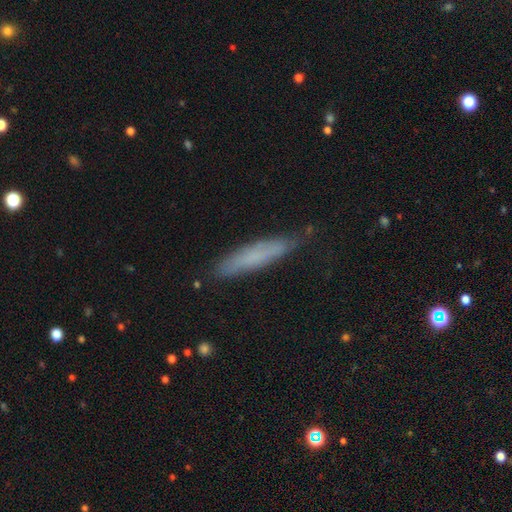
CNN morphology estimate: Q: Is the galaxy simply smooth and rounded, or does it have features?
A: smooth — 66%.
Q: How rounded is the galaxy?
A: cigar-shaped — 85%.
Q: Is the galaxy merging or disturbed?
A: none — 77%.